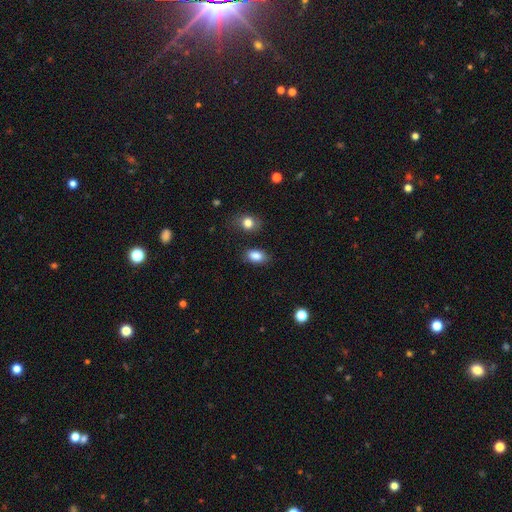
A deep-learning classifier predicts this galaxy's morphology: A smooth galaxy with no disk features (87%) that is in between round and cigar-shaped (87%). Merging: none (81%).